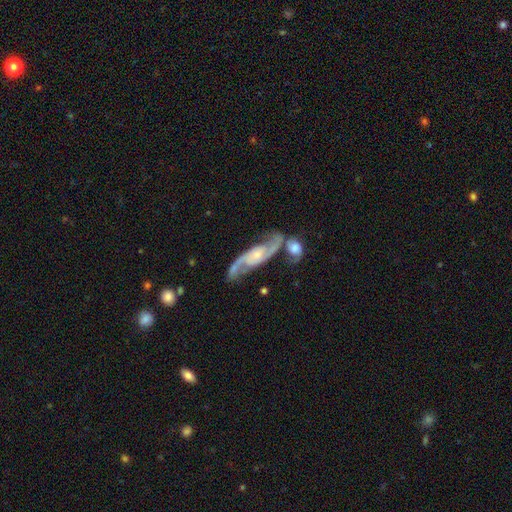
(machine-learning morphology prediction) type=featured or disk (89%); edge-on=no (89%); bar=no (52%); spiral arms=yes (97%); winding=medium (46%); arm count=2 (91%); bulge=small (54%); merging=none (52%).